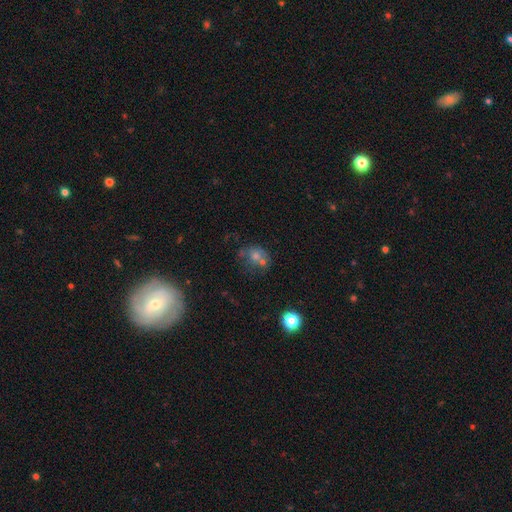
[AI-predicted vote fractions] Smooth or featured? smooth (57%)
How rounded? round (63%)
Merging? none (41%)